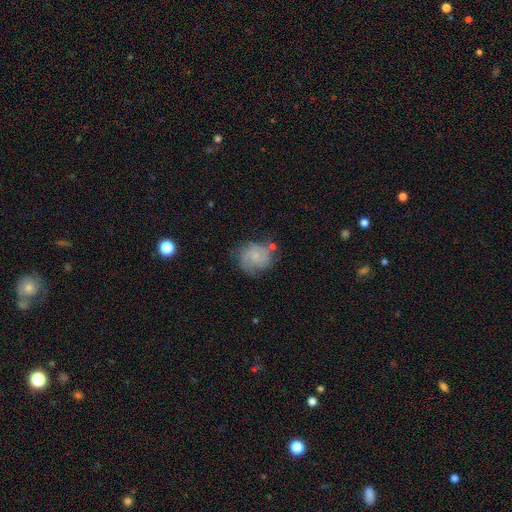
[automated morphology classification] type=featured or disk (60%); edge-on=no (98%); bar=no (74%); spiral arms=yes (86%); winding=tight (49%); arm count=2 (36%); bulge=small (61%); merging=none (60%).